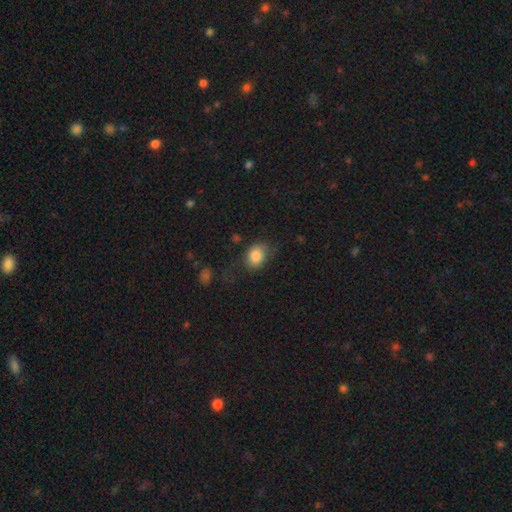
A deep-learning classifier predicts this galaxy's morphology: This is clearly a smooth galaxy (84%). How rounded: likely in between (62%). Merging: likely none (63%).